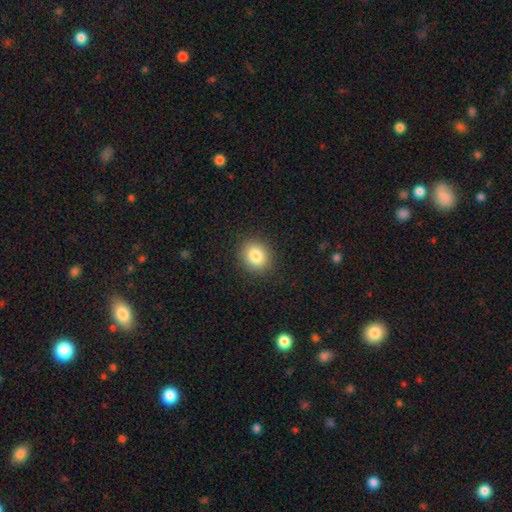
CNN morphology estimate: A smooth galaxy with no disk features (83%) that is round (71%). Merging: none (89%).